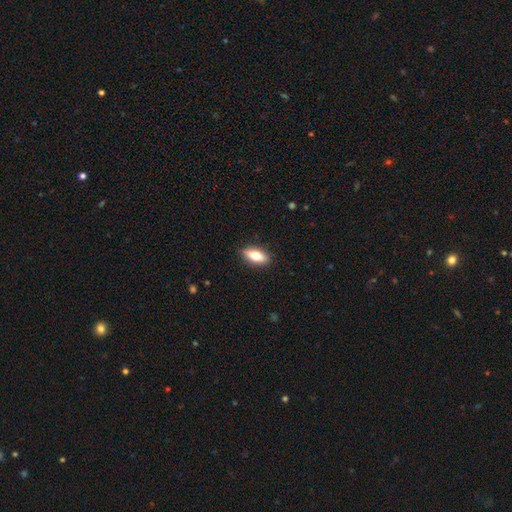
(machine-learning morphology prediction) Overall: smooth (69%). How rounded: in between (78%). Merging: none (87%).